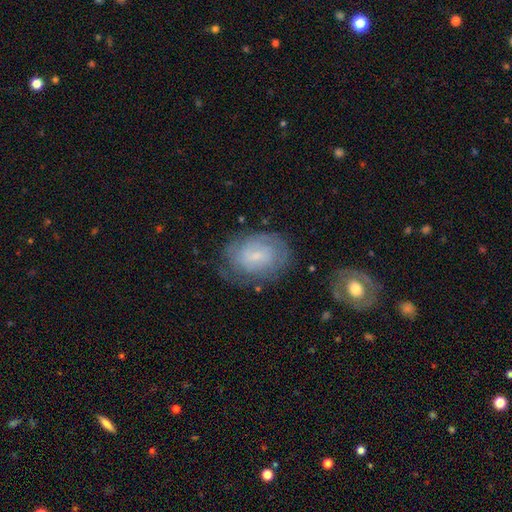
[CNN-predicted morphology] smooth-or-featured: featured or disk: 59% | smooth: 33% | star or artifact: 9%
  disk-edge-on: no: 96% | yes: 4%
    bar: weak: 50% | no: 41% | strong: 10%
    has-spiral-arms: yes: 80% | no: 20%
    bulge-size: small: 70% | moderate: 18% | none: 9% | large: 2% | dominant: 1%
  merging: none: 68% | minor disturbance: 21% | major disturbance: 9% | merger: 2%